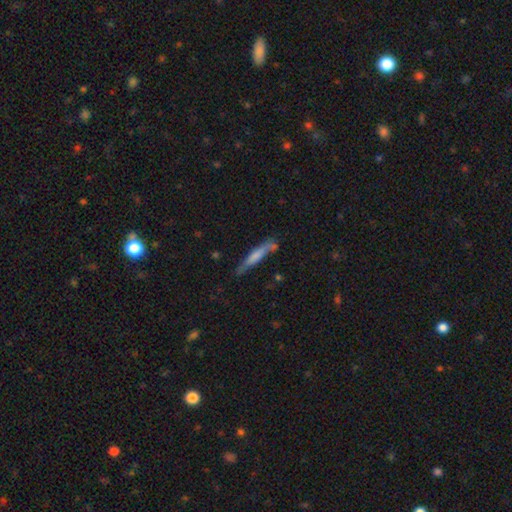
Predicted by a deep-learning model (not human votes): Overall: smooth (57%; featured or disk 38%). How rounded: cigar-shaped (91%). Merging: none (64%).